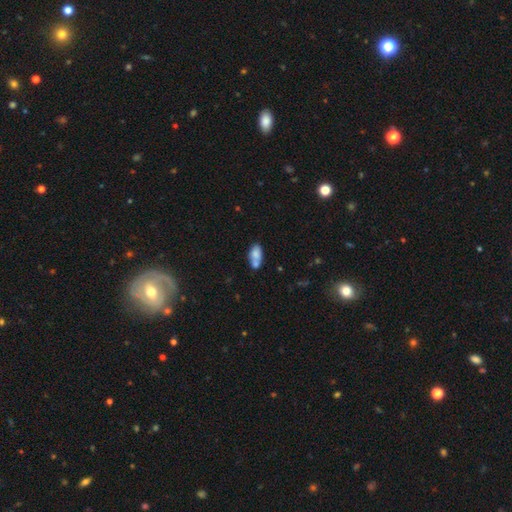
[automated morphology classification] Smooth or featured?
  - smooth: 73% *
  - featured or disk: 18%
  - star or artifact: 8%
How rounded?
  - in between: 88% *
  - round: 6%
  - cigar-shaped: 6%
Merging?
  - merger: 41% *
  - none: 38%
  - minor disturbance: 15%
  - major disturbance: 5%